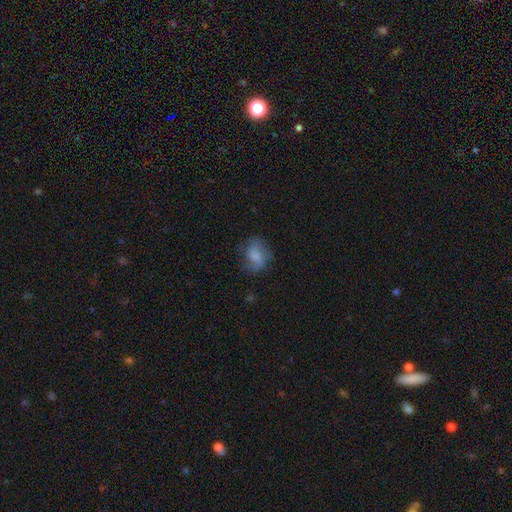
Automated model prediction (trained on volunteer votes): The model was most divided on "merging": none: 61%, minor disturbance: 24%, major disturbance: 13%, merger: 1%. More confident: how rounded — in between (69%); smooth or featured — smooth (65%).